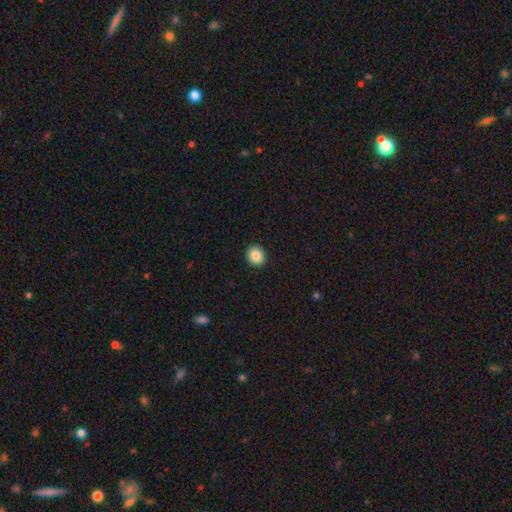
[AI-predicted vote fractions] Q: Smooth or featured?
A: smooth (86%); runner-up: star or artifact (9%)
Q: How rounded?
A: round (72%); runner-up: in between (27%)
Q: Merging?
A: none (92%); runner-up: minor disturbance (5%)